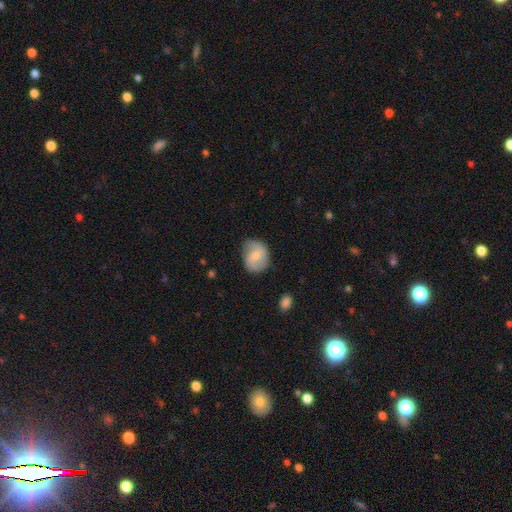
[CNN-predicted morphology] Smooth or featured: smooth — 49% (featured or disk — 44%)
Merging: none — 63% (minor disturbance — 27%)